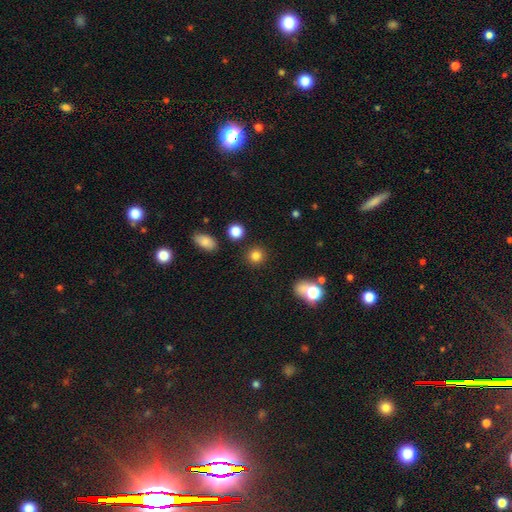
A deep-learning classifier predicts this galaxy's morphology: Smooth or featured? Predicted: smooth (p=0.83). How rounded? Predicted: round (p=0.90). Merging? Predicted: none (p=0.88).